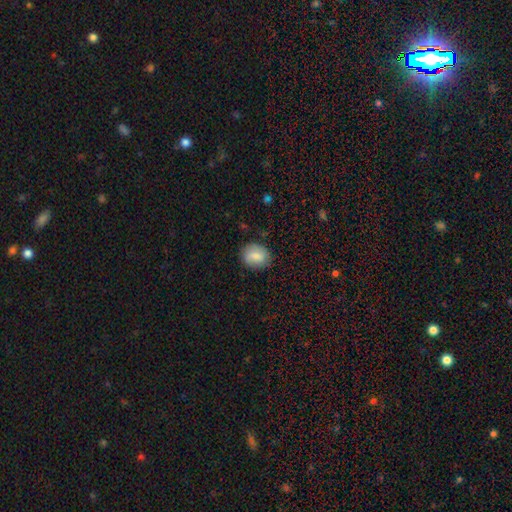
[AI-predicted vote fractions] smooth 76%, featured or disk 17%, star or artifact 7%. Down the decision tree: how rounded — round (62%); merging — none (83%).